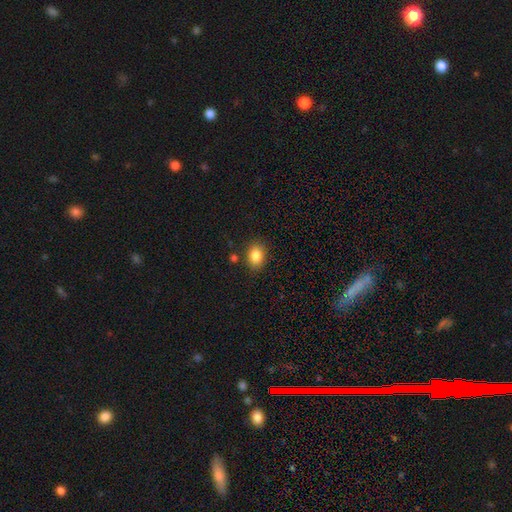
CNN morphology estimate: Smooth or featured? Predicted: smooth (p=0.86). How rounded? Predicted: in between (p=0.67). Merging? Predicted: none (p=0.83).